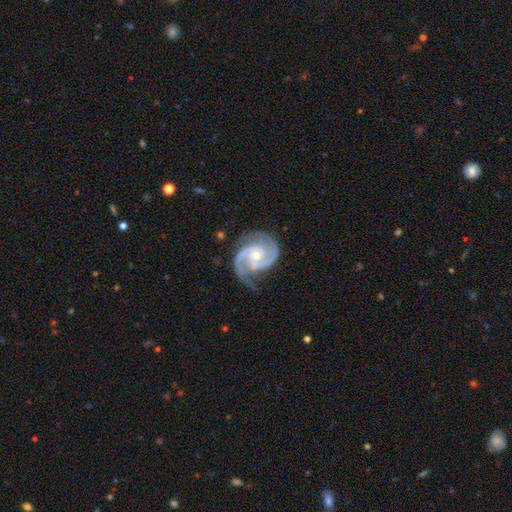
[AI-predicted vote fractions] Smooth or featured?
  - featured or disk: 93% *
  - star or artifact: 4%
  - smooth: 3%
Edge-on disk?
  - no: 98% *
  - yes: 2%
Bar?
  - no: 60% *
  - weak: 32%
  - strong: 8%
Spiral arms?
  - yes: 99% *
  - no: 1%
Spiral winding?
  - medium: 48% *
  - tight: 45%
  - loose: 7%
Spiral arm count?
  - 2: 83% *
  - 3: 10%
  - can't tell: 3%
  - 1: 2%
  - 4: 2%
  - more than 4: 1%
Bulge size?
  - moderate: 48% * (tied)
  - small: 48% * (tied)
  - large: 2%
  - none: 2%
  - dominant: 1%
Merging?
  - none: 68% *
  - minor disturbance: 22%
  - major disturbance: 9%
  - merger: 2%